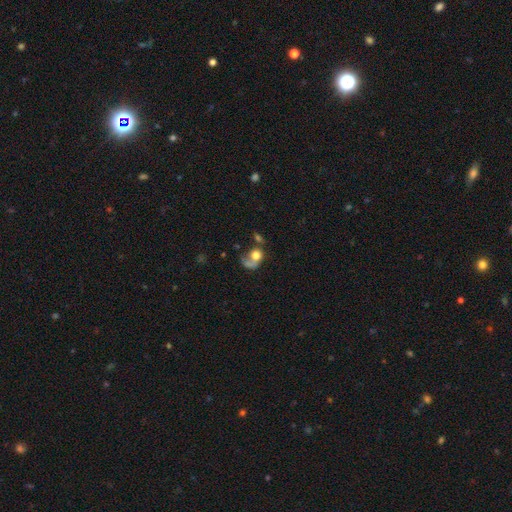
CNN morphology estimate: A smooth galaxy with no disk features (53%) that is round (65%). Merging: major disturbance (37%).